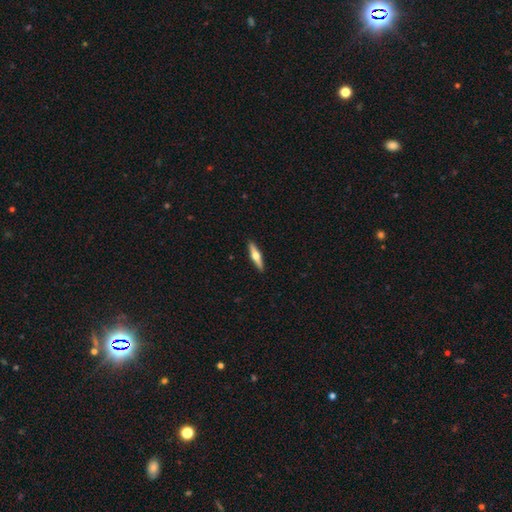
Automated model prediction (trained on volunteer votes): Overall: featured or disk (54%; smooth 41%). Edge-on disk: yes (95%). Edge-on bulge: rounded (94%). Merging: none (91%).